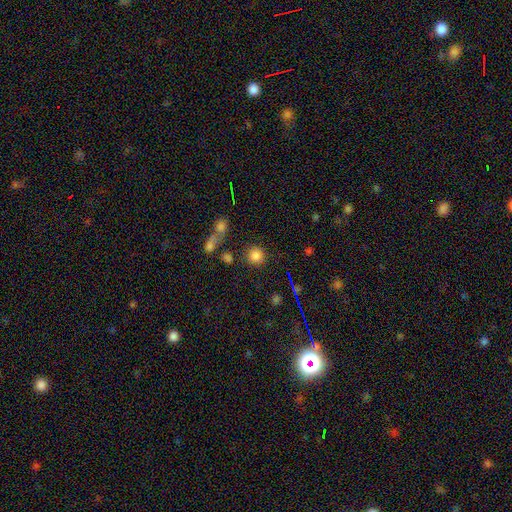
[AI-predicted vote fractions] Q: Smooth or featured?
A: smooth (80%); runner-up: star or artifact (14%)
Q: How rounded?
A: round (92%); runner-up: in between (7%)
Q: Merging?
A: none (82%); runner-up: minor disturbance (8%)